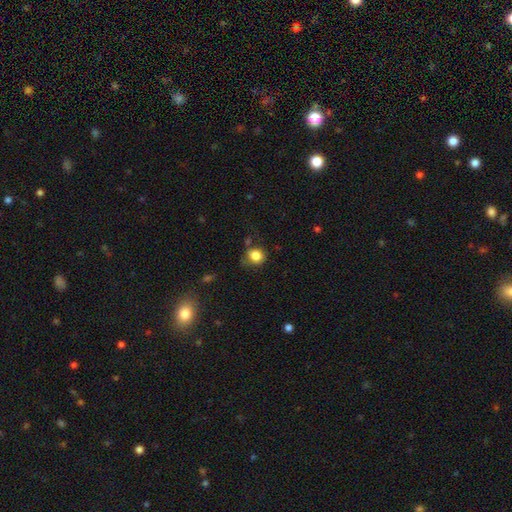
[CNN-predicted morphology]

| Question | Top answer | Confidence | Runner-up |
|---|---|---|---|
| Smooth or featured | smooth | 83% | star or artifact (11%) |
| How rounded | round | 73% | in between (26%) |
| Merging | none | 64% | minor disturbance (24%) |